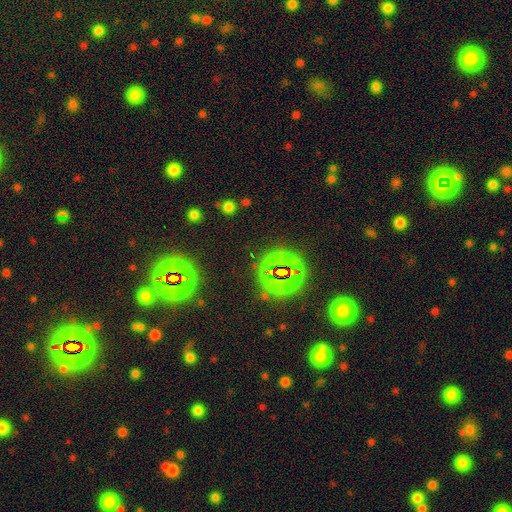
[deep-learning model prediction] smooth-or-featured: star or artifact: 74% | smooth: 18% | featured or disk: 8%